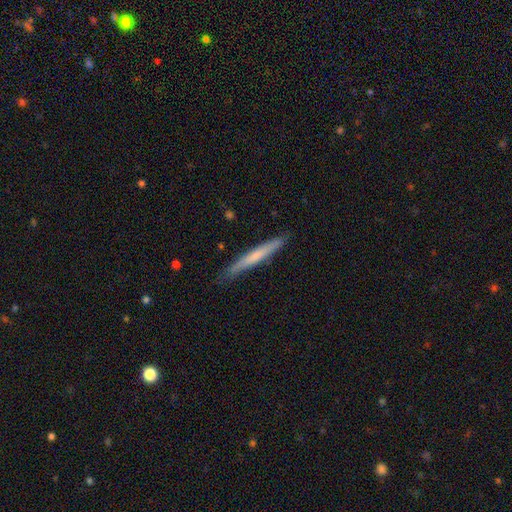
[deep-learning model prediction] This is likely a smooth galaxy (60%). How rounded: clearly cigar-shaped (96%). Merging: clearly none (85%).